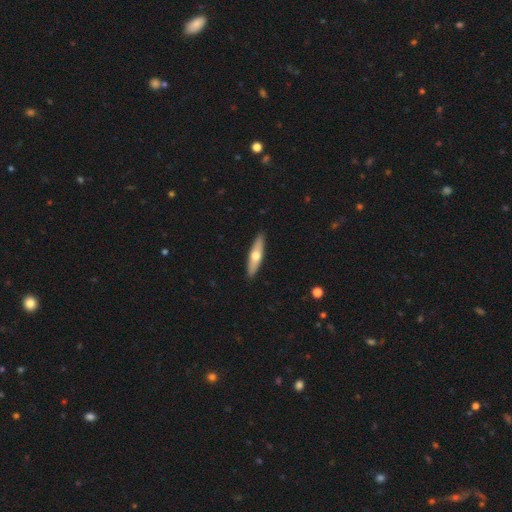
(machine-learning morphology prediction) This is possibly a smooth galaxy (53%). How rounded: likely cigar-shaped (71%). Merging: clearly none (91%).